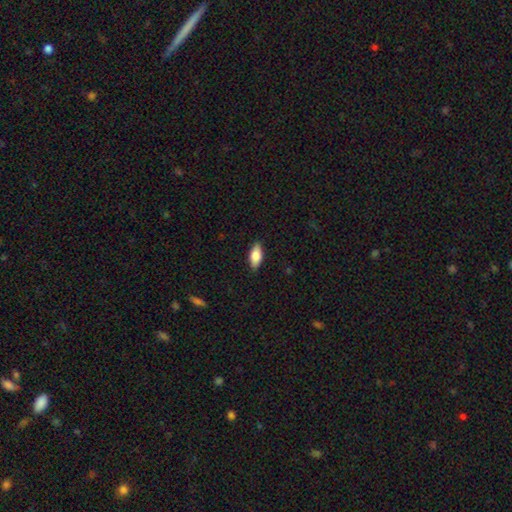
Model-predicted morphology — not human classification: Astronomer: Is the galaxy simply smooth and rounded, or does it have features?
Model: smooth — 80%.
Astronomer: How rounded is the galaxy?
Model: in between — 84%.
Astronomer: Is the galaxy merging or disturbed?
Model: none — 87%.